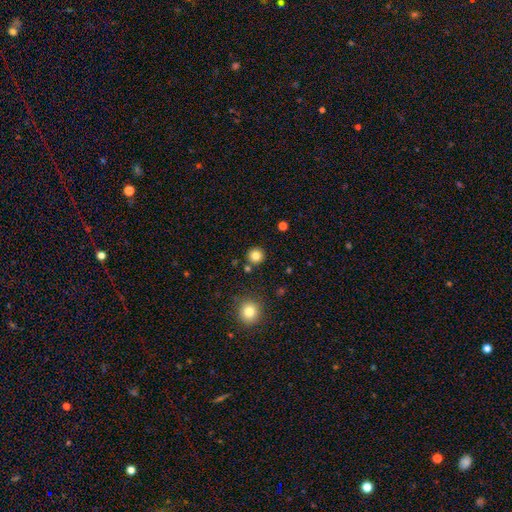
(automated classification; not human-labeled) This is clearly a smooth galaxy (82%). How rounded: clearly round (94%). Merging: clearly none (88%).